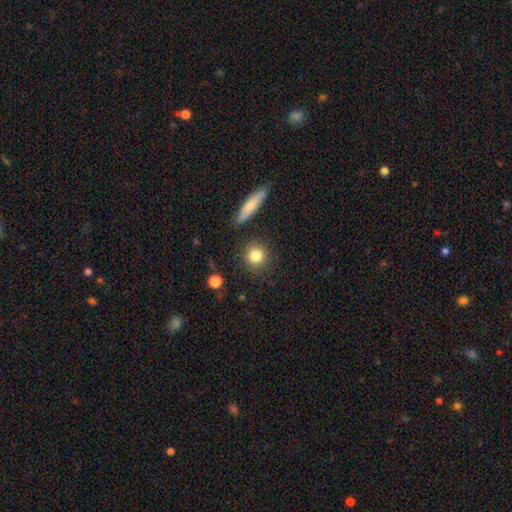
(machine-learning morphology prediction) type=smooth (84%); roundness=round (86%); merging=none (85%).